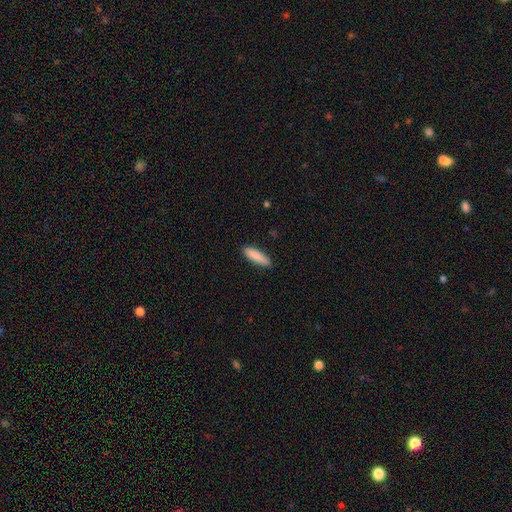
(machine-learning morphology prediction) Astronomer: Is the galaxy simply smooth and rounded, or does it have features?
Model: smooth — 88%.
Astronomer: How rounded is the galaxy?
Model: cigar-shaped — 66%.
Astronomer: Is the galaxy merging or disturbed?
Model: none — 87%.